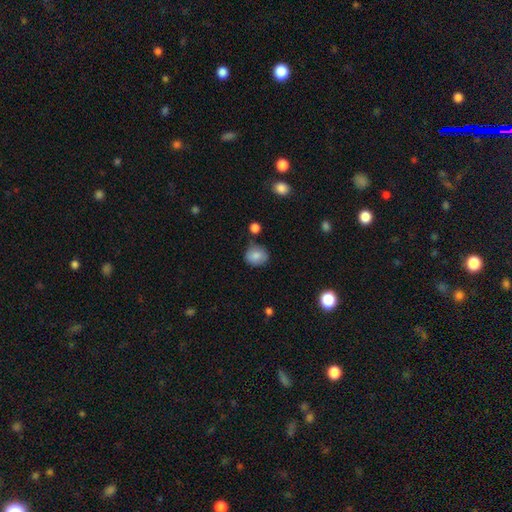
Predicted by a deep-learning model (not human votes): The model was most divided on "how rounded": round: 70%, in between: 29%, cigar-shaped: 1%. More confident: smooth or featured — smooth (83%); merging — none (72%).